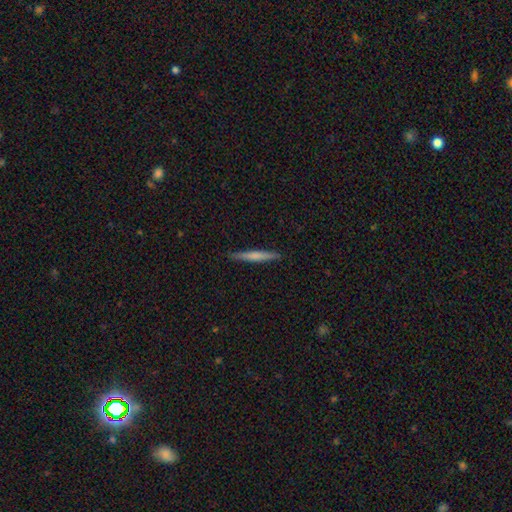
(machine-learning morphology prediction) smooth_or_featured: smooth (p=0.58) [alt: featured or disk p=0.37]
how_rounded: cigar-shaped (p=0.95) [alt: in between p=0.04]
merging: none (p=0.90) [alt: minor disturbance p=0.08]